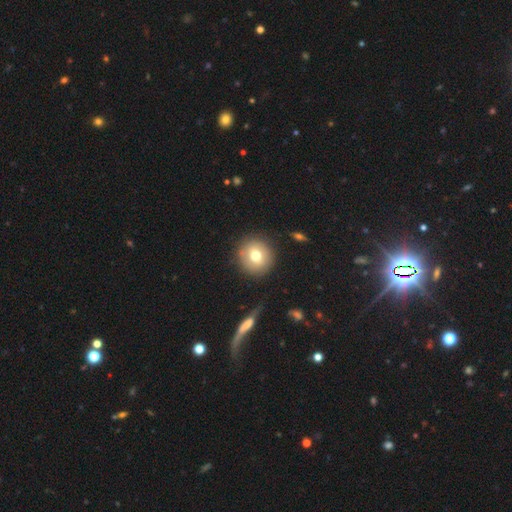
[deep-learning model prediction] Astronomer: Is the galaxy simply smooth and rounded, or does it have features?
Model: smooth — 72%.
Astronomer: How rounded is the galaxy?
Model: round — 92%.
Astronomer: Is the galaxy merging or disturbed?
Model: none — 87%.